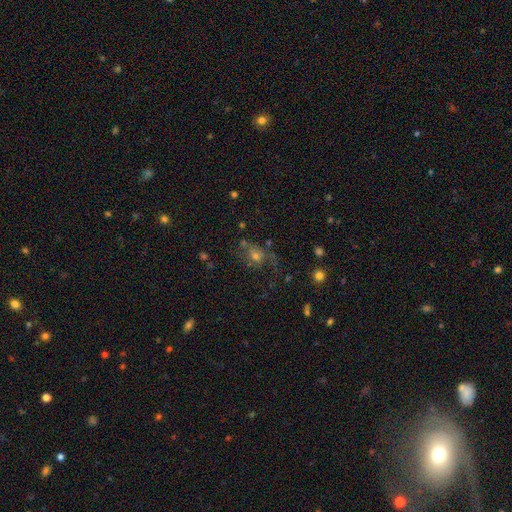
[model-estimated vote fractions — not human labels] Q: Smooth or featured?
A: featured or disk (38%); tied with: smooth (38%)
Q: Merging?
A: none (49%); runner-up: major disturbance (27%)